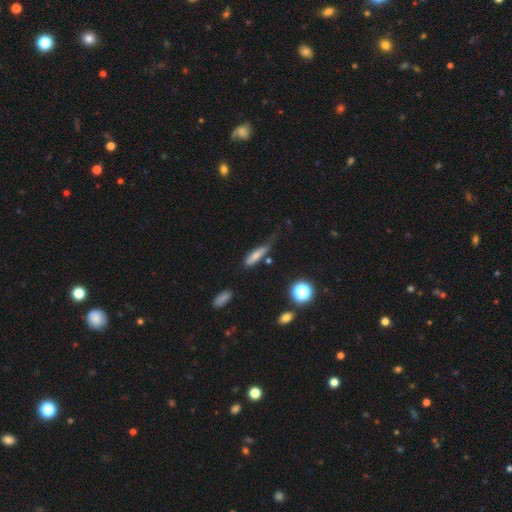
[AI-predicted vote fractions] smooth 67%, featured or disk 22%, star or artifact 11%. Down the decision tree: how rounded — cigar-shaped (67%); merging — none (42%).